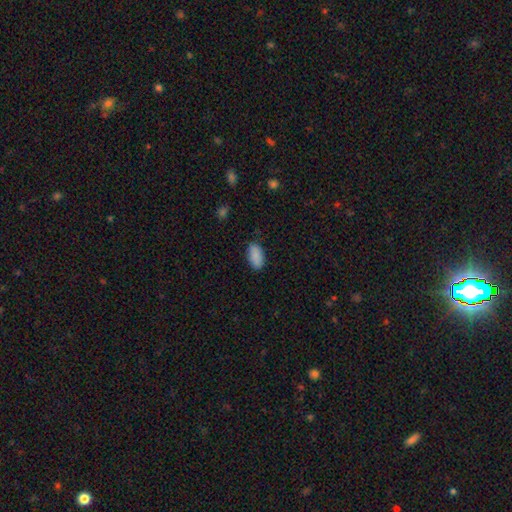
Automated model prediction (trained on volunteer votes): Morphology: type=smooth (89%); roundness=in between (93%); merging=none (85%).